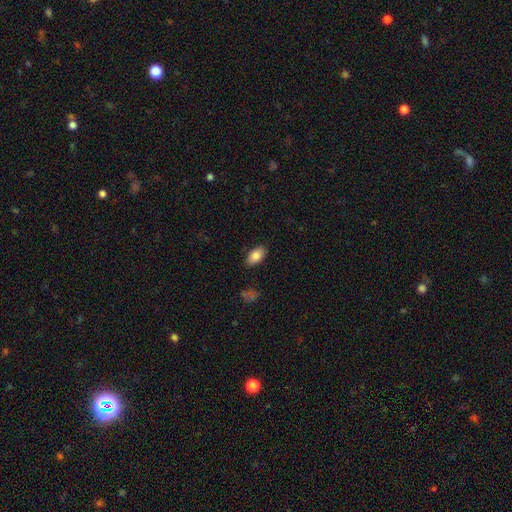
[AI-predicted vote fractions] The model was most divided on "smooth or featured": smooth: 84%, featured or disk: 9%, star or artifact: 7%. More confident: how rounded — in between (93%); merging — none (86%).